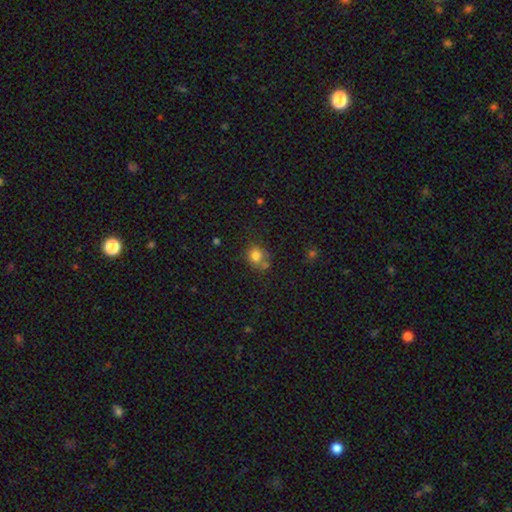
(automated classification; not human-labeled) A smooth galaxy with no disk features (79%) that is round (71%). Merging: none (55%).